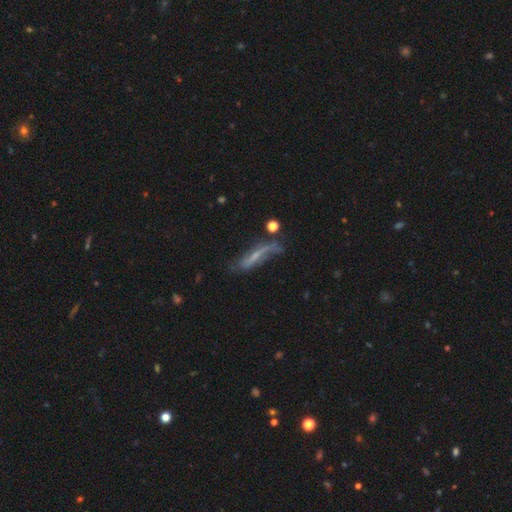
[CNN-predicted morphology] Smooth or featured? Predicted: featured or disk (p=0.59). Edge-on disk? Predicted: no (p=0.59). Merging? Predicted: none (p=0.40).